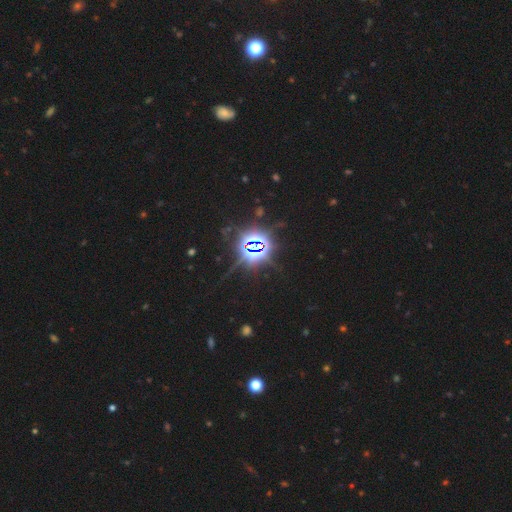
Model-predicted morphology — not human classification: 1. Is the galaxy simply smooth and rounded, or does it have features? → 85% star or artifact, 8% smooth, 7% featured or disk.